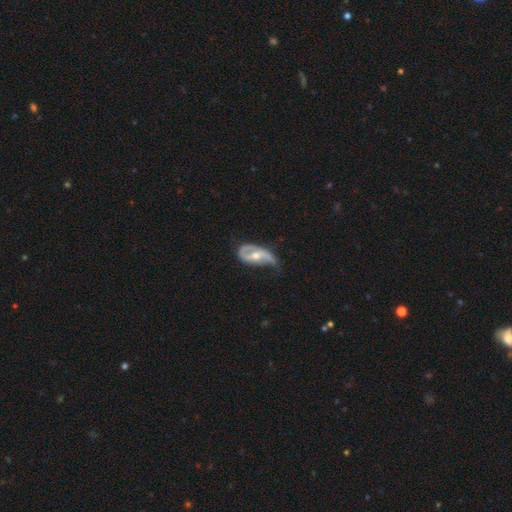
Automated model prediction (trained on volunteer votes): smooth_or_featured: featured or disk (p=0.77) [alt: smooth p=0.18]
disk_edge_on: no (p=0.94) [alt: yes p=0.06]
bar: weak (p=0.39) [alt: no p=0.35]
has_spiral_arms: yes (p=0.86) [alt: no p=0.14]
spiral_winding: loose (p=0.54) [alt: medium p=0.31]
spiral_arm_count: 2 (p=0.72) [alt: 1 p=0.19]
bulge_size: moderate (p=0.61) [alt: small p=0.34]
merging: minor disturbance (p=0.37) [alt: major disturbance p=0.30]